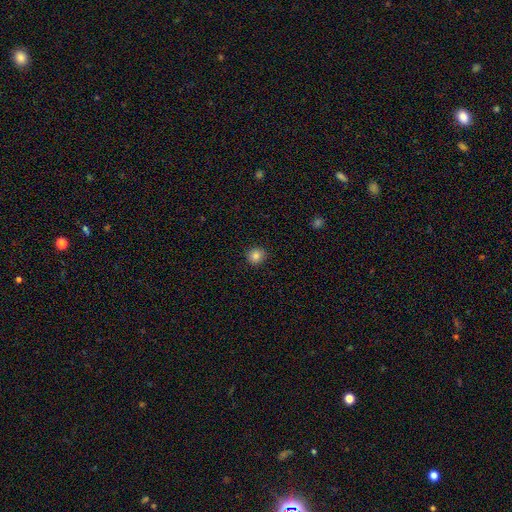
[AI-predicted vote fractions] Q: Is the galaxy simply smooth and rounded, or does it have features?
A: smooth — 83%.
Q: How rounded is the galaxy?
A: round — 89%.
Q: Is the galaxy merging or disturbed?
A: none — 91%.